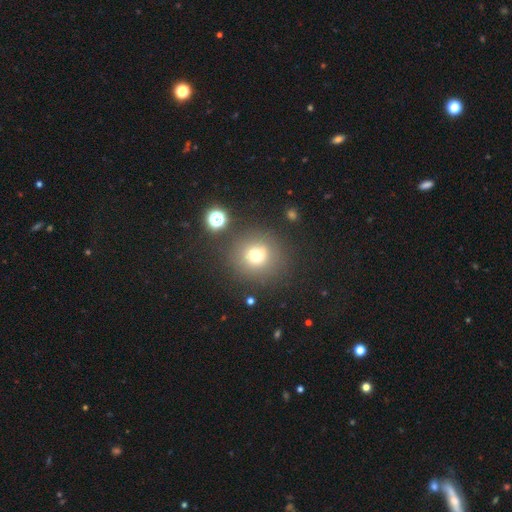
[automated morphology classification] smooth_or_featured: smooth (p=0.71) [alt: star or artifact p=0.17]
how_rounded: round (p=0.92) [alt: in between p=0.07]
merging: none (p=0.81) [alt: minor disturbance p=0.09]